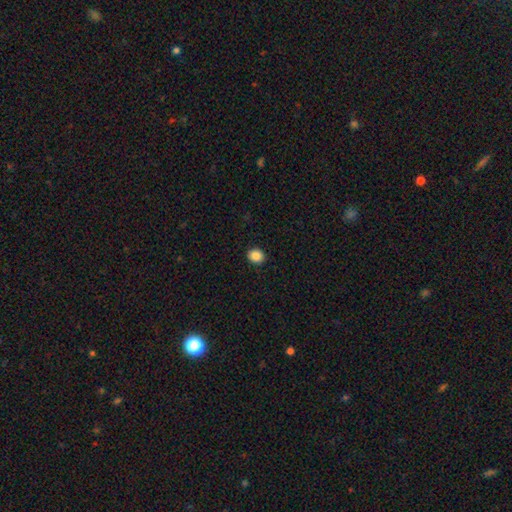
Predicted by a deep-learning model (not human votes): Morphology: type=smooth (87%); roundness=round (70%); merging=none (92%).